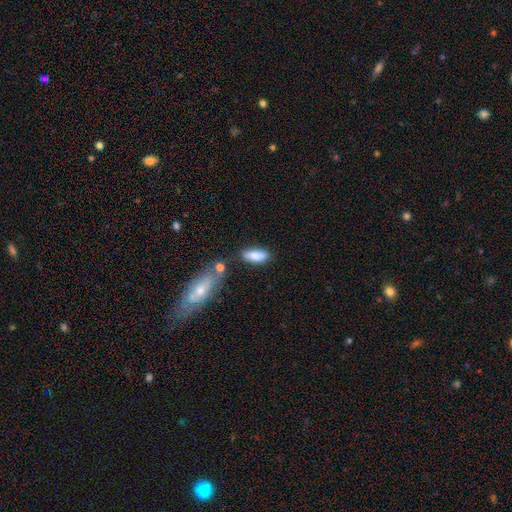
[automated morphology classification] Smooth or featured: smooth — 84% (featured or disk — 9%)
How rounded: in between — 75% (cigar-shaped — 22%)
Merging: none — 71% (minor disturbance — 16%)